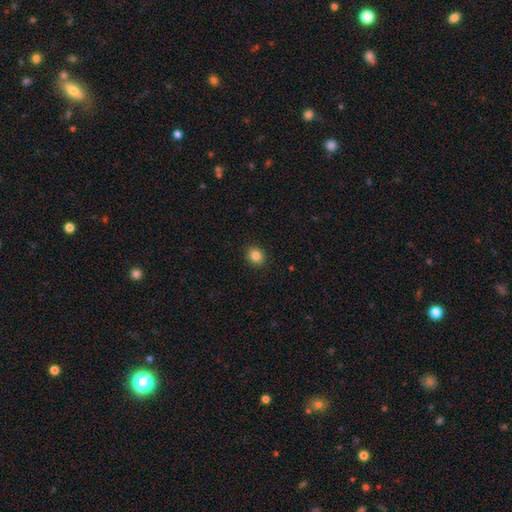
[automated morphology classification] Q: Smooth or featured?
A: smooth (84%); runner-up: star or artifact (11%)
Q: How rounded?
A: round (72%); runner-up: in between (27%)
Q: Merging?
A: none (91%); runner-up: minor disturbance (6%)